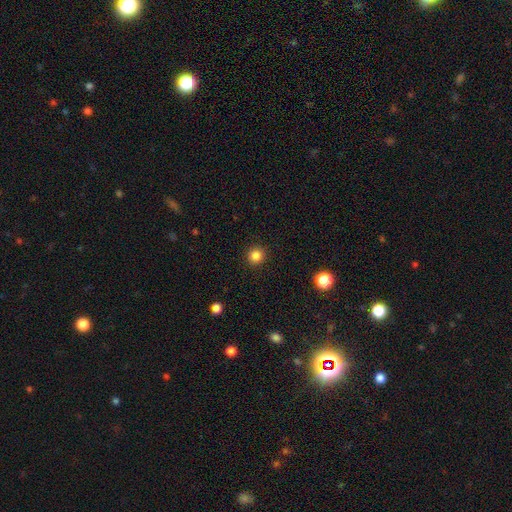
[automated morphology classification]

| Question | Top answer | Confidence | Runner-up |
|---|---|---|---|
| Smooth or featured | smooth | 84% | star or artifact (12%) |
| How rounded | round | 94% | in between (5%) |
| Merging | none | 93% | minor disturbance (5%) |